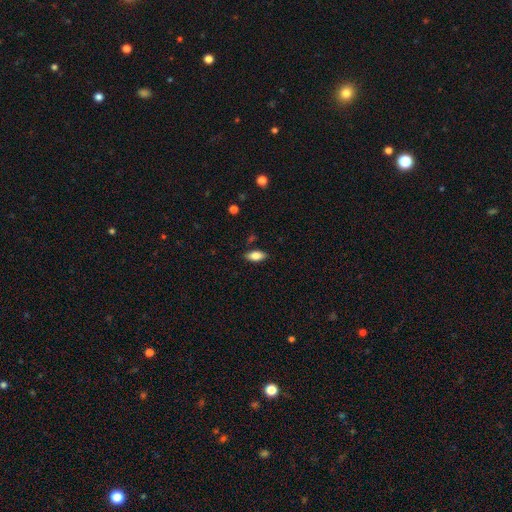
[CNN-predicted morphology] smooth-or-featured: smooth: 81% | featured or disk: 12% | star or artifact: 7%
  how-rounded: in between: 89% | cigar-shaped: 8% | round: 3%
  merging: none: 85% | minor disturbance: 11% | major disturbance: 2% | merger: 2%